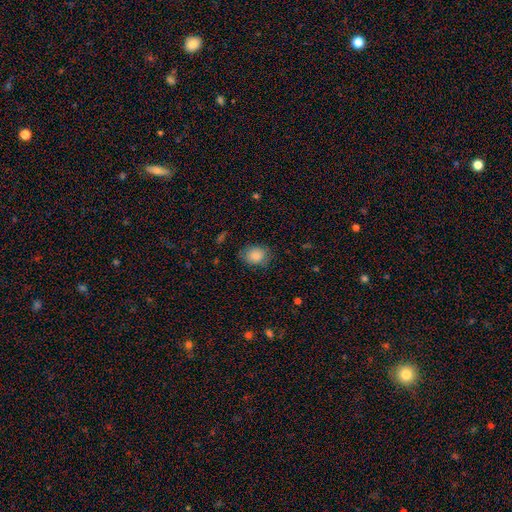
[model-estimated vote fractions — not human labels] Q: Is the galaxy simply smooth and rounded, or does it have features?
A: smooth — 85%.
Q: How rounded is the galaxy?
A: in between — 53%.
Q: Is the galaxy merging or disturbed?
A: none — 76%.